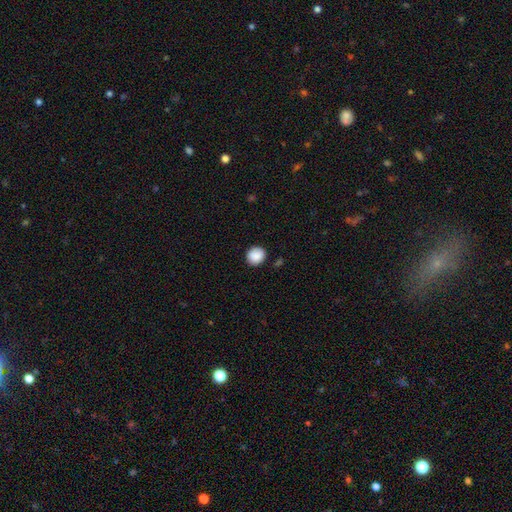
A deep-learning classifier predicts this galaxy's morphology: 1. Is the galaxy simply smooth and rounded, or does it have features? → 89% smooth, 8% star or artifact, 3% featured or disk.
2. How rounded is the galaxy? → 86% round, 13% in between, 1% cigar-shaped.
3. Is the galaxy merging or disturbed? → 87% none, 9% minor disturbance, 2% major disturbance, 2% merger.